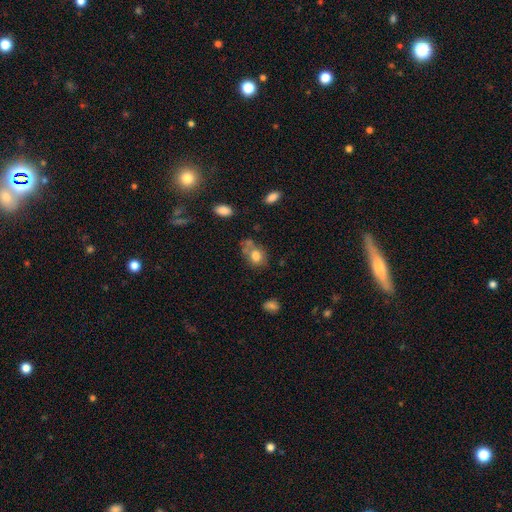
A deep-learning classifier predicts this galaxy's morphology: This is likely a smooth galaxy (74%). How rounded: possibly in between (57%). Merging: marginally none (44%).